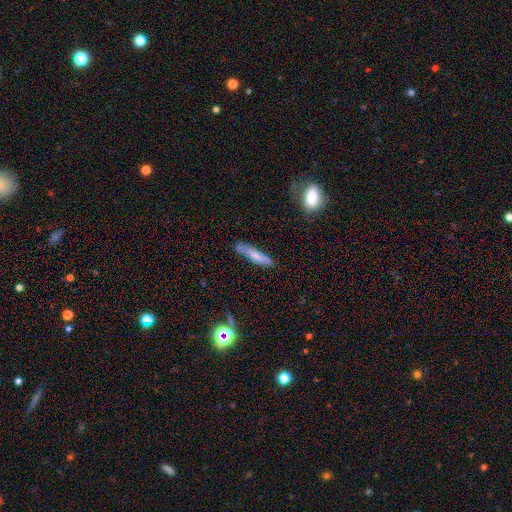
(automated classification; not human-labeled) smooth-or-featured: smooth: 66% | featured or disk: 27% | star or artifact: 8%
  how-rounded: cigar-shaped: 84% | in between: 15% | round: 2%
  merging: none: 73% | minor disturbance: 18% | merger: 4% | major disturbance: 4%